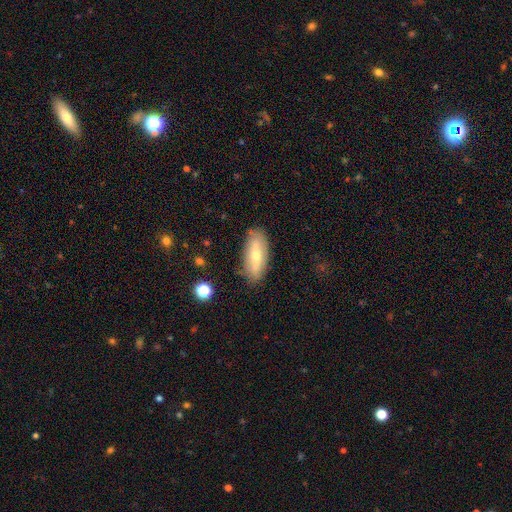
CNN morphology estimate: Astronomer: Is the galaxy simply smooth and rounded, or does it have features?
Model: smooth — 54% (runner-up: featured or disk, 39%).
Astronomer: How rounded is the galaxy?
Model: in between — 72%.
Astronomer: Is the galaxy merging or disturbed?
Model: none — 83%.